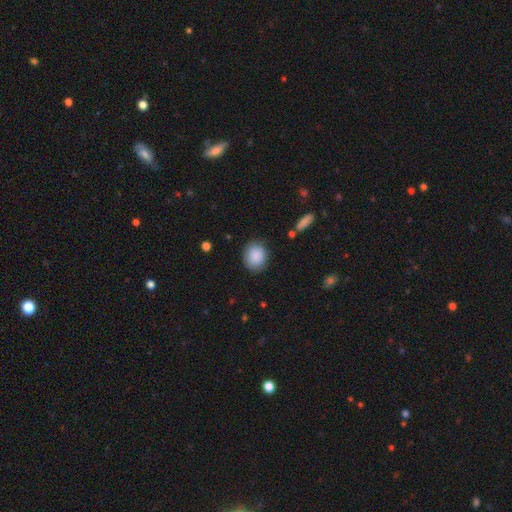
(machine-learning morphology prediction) smooth-or-featured: smooth: 88% | star or artifact: 7% | featured or disk: 5%
  how-rounded: round: 66% | in between: 33% | cigar-shaped: 1%
  merging: none: 83% | minor disturbance: 12% | major disturbance: 3% | merger: 2%